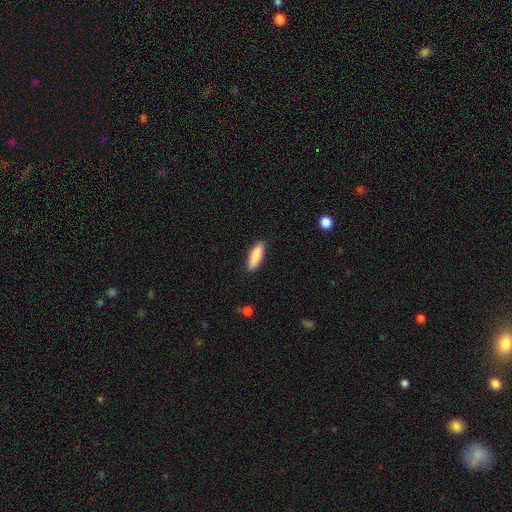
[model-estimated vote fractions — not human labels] A smooth galaxy with no disk features (88%) that is in between round and cigar-shaped (57%).

Vote fractions:
- Smooth or featured? smooth: 88% / featured or disk: 6% / star or artifact: 6%
- How rounded? in between: 57% / cigar-shaped: 42% / round: 2%
- Merging? none: 88% / minor disturbance: 9% / major disturbance: 2% / merger: 1%